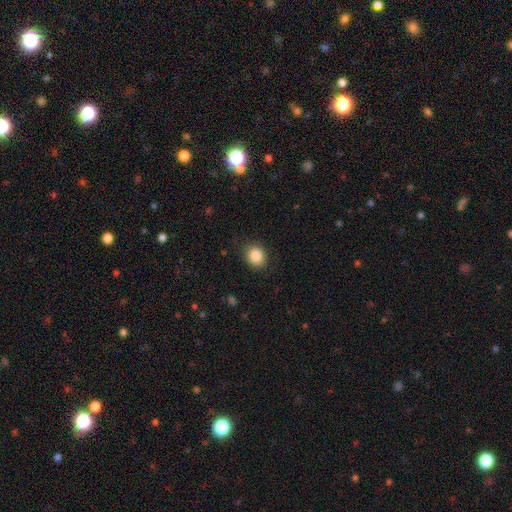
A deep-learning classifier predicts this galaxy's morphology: smooth 86%, star or artifact 9%, featured or disk 5%. Down the decision tree: how rounded — round (72%); merging — none (87%).